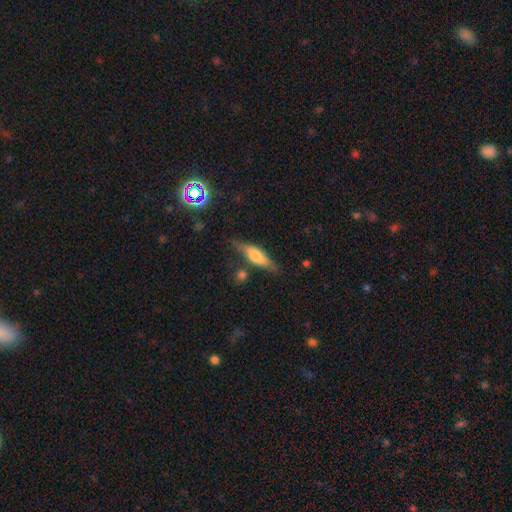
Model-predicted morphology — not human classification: This appears to be a smooth galaxy with no disk features (51%) that is cigar-shaped (60%). Merging: none (71%).